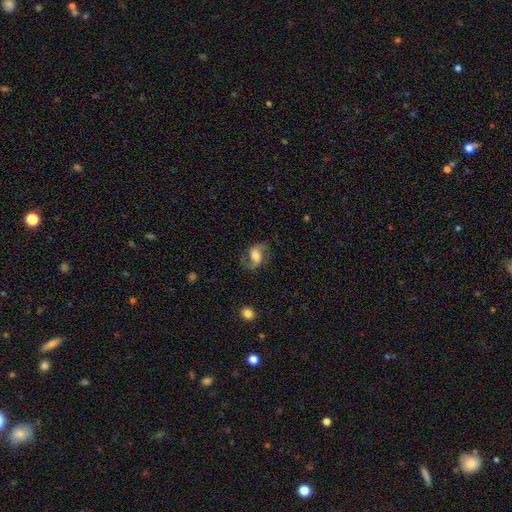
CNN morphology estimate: Q: Smooth or featured?
A: featured or disk (69%); runner-up: smooth (24%)
Q: Edge-on disk?
A: no (96%); runner-up: yes (4%)
Q: Bar?
A: weak (42%); runner-up: no (38%)
Q: Spiral arms?
A: yes (92%); runner-up: no (8%)
Q: Spiral winding?
A: loose (50%); runner-up: medium (40%)
Q: Spiral arm count?
A: 2 (89%); runner-up: 1 (5%)
Q: Bulge size?
A: moderate (57%); runner-up: large (21%)
Q: Merging?
A: none (72%); runner-up: minor disturbance (17%)